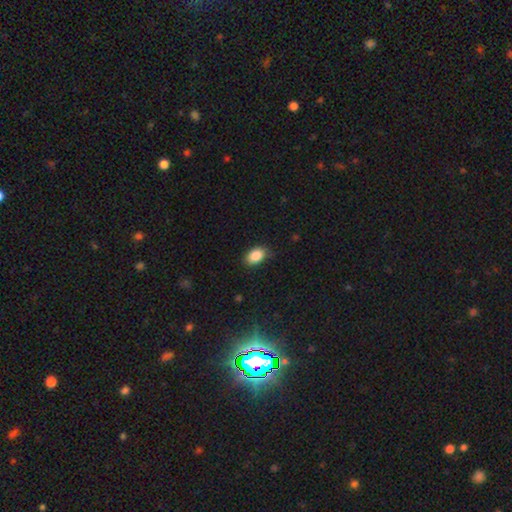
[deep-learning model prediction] Q: Smooth or featured?
A: smooth (87%); runner-up: star or artifact (8%)
Q: How rounded?
A: in between (88%); runner-up: round (11%)
Q: Merging?
A: none (83%); runner-up: minor disturbance (13%)